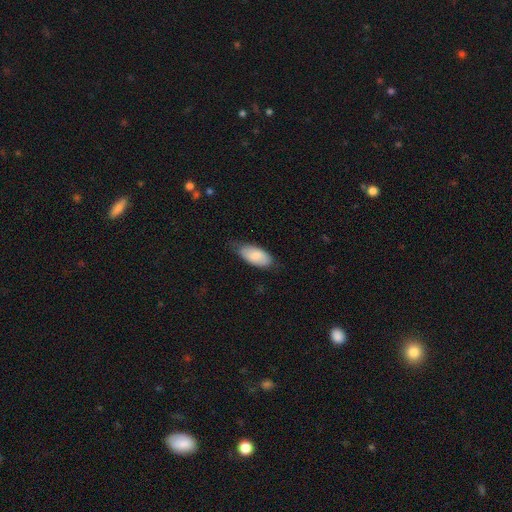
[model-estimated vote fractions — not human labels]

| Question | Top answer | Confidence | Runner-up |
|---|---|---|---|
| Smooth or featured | smooth | 85% | featured or disk (9%) |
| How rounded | in between | 92% | cigar-shaped (6%) |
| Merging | none | 61% | minor disturbance (32%) |